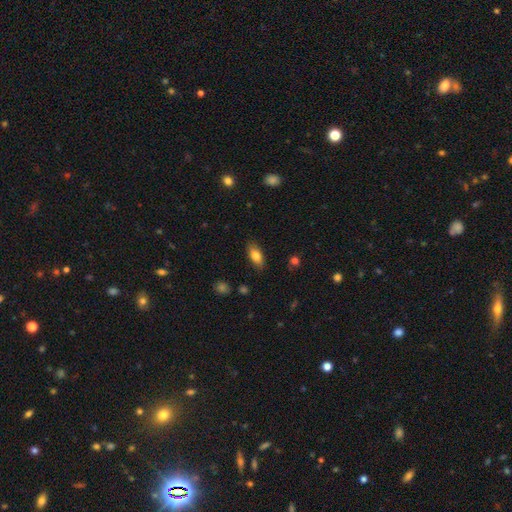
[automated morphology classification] This is clearly a smooth galaxy (81%). How rounded: clearly in between (86%). Merging: clearly none (85%).